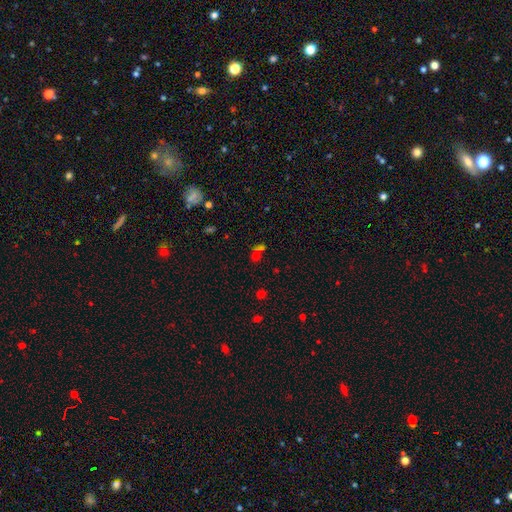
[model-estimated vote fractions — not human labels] This is possibly a smooth galaxy (50%). Merging: possibly none (46%).